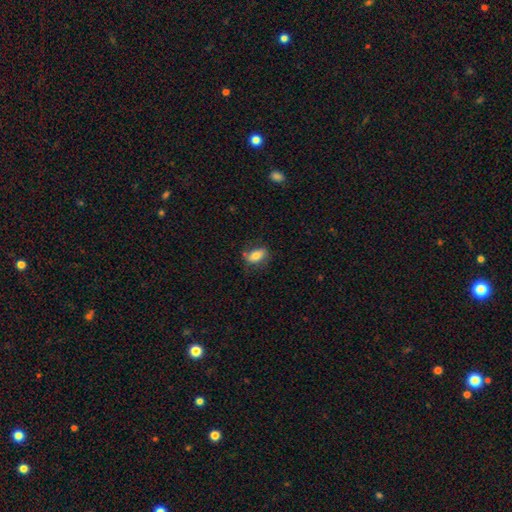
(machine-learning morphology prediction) smooth-or-featured: smooth: 73% | featured or disk: 19% | star or artifact: 8%
  how-rounded: in between: 86% | cigar-shaped: 7% | round: 7%
  merging: none: 68% | minor disturbance: 22% | major disturbance: 8% | merger: 3%